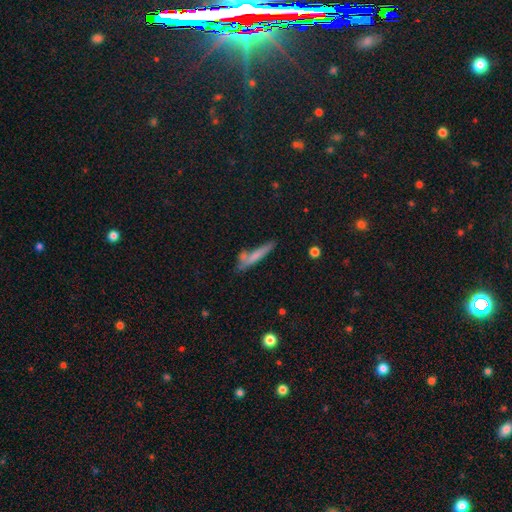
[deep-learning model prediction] A smooth galaxy with no disk features (67%) that is cigar-shaped (89%).

Vote fractions:
- Smooth or featured? smooth: 67% / featured or disk: 25% / star or artifact: 8%
- How rounded? cigar-shaped: 89% / in between: 9% / round: 2%
- Merging? none: 59% / minor disturbance: 19% / merger: 16% / major disturbance: 6%